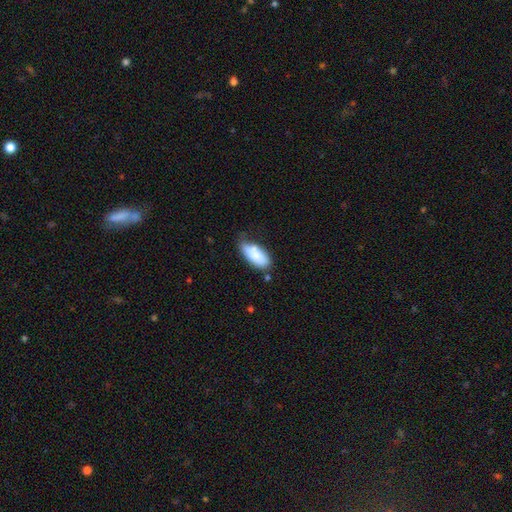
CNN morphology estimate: Overall: smooth (84%). How rounded: in between (88%). Merging: none (47%; minor disturbance 38%).